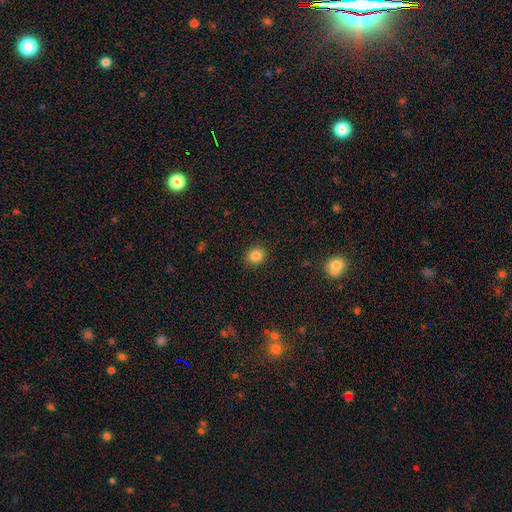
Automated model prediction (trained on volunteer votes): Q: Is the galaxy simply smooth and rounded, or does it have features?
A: smooth — 84%.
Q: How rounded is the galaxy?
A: round — 79%.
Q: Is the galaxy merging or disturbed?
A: none — 90%.